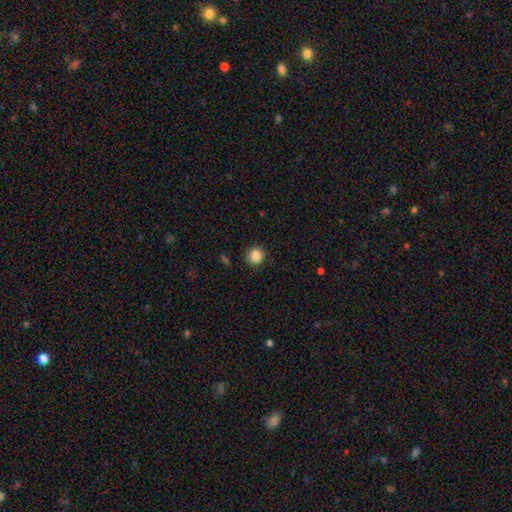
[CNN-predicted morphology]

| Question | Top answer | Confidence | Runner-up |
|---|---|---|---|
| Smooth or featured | smooth | 86% | star or artifact (10%) |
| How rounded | round | 90% | in between (9%) |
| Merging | none | 89% | minor disturbance (7%) |